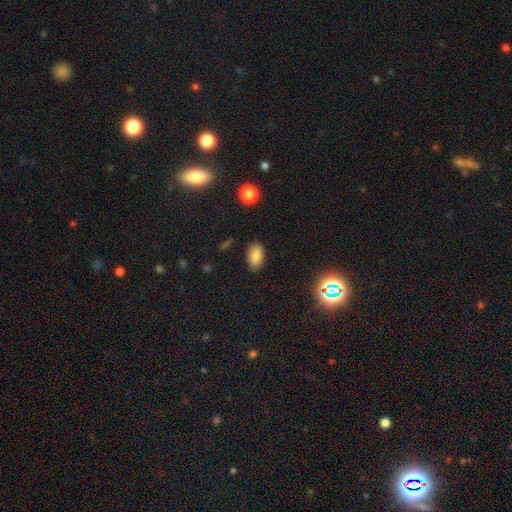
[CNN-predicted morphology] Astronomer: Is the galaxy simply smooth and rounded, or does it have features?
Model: smooth — 84%.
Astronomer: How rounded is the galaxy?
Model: in between — 92%.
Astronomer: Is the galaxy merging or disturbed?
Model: none — 83%.